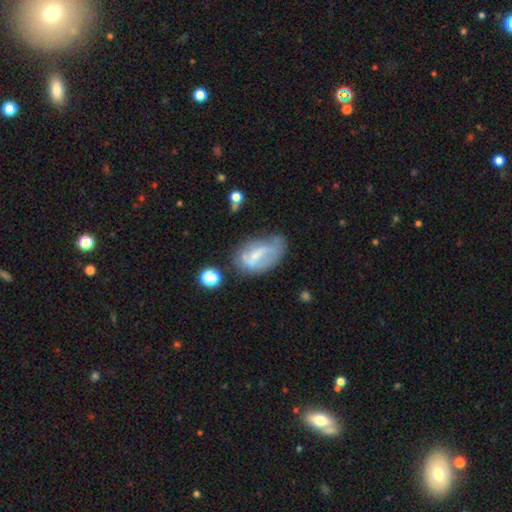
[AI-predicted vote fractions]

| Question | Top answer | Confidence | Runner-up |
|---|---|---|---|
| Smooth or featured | featured or disk | 46% | smooth (45%) |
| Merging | none | 47% | minor disturbance (32%) |